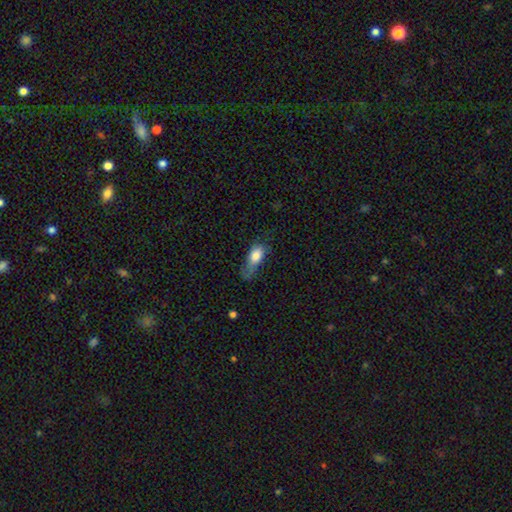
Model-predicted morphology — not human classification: smooth_or_featured: smooth (p=0.77) [alt: featured or disk p=0.16]
how_rounded: in between (p=0.82) [alt: cigar-shaped p=0.12]
merging: major disturbance (p=0.41) [alt: minor disturbance p=0.30]